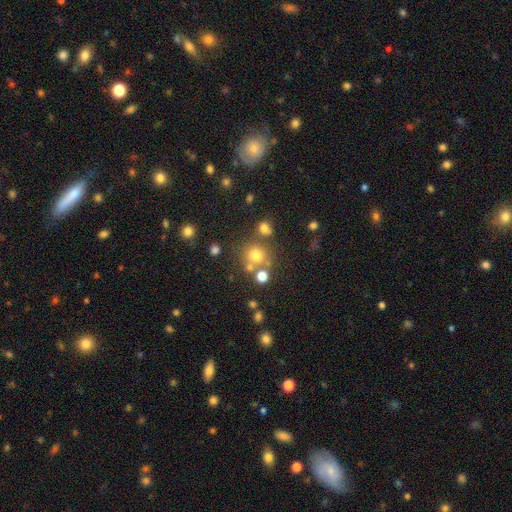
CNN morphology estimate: type=smooth (70%); roundness=round (89%); merging=none (68%).